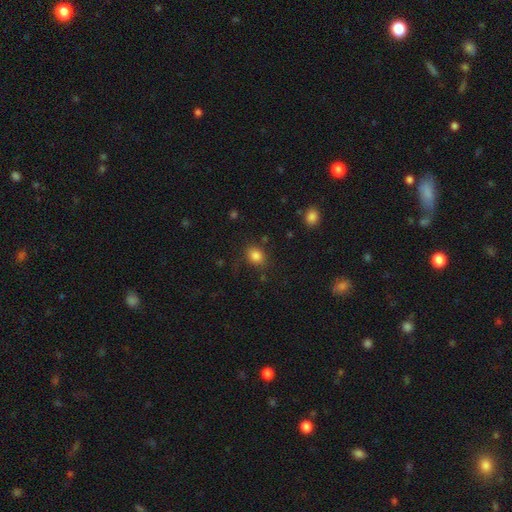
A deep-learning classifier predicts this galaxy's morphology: Smooth or featured?
  - smooth: 83% *
  - star or artifact: 11%
  - featured or disk: 5%
How rounded?
  - in between: 55% *
  - round: 44%
  - cigar-shaped: 1%
Merging?
  - none: 79% *
  - minor disturbance: 14%
  - major disturbance: 5%
  - merger: 3%